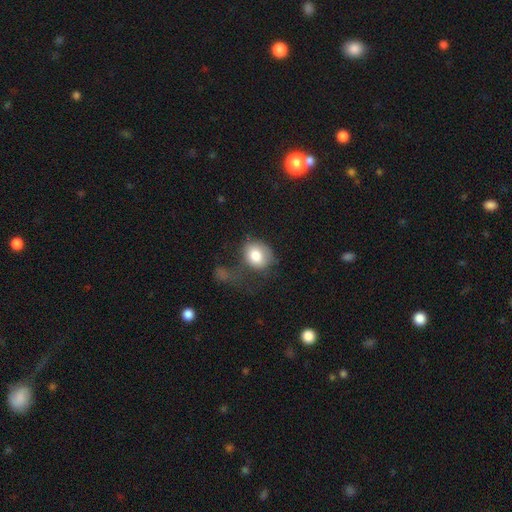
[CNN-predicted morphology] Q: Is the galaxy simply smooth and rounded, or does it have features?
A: smooth — 80%.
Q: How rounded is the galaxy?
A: round — 56%.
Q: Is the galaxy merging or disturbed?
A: none — 40%.